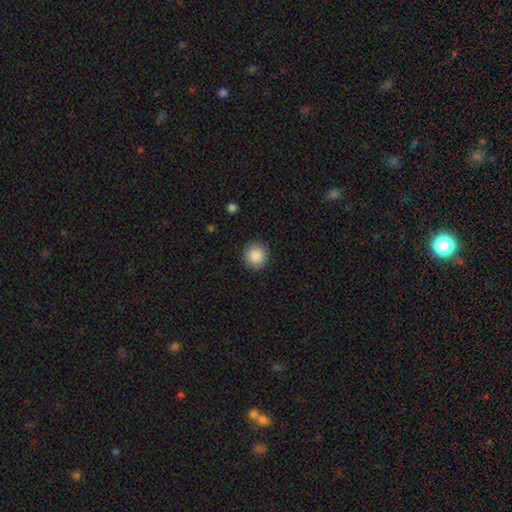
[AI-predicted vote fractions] Q: Smooth or featured?
A: smooth (88%); runner-up: star or artifact (8%)
Q: How rounded?
A: round (94%); runner-up: in between (5%)
Q: Merging?
A: none (90%); runner-up: minor disturbance (7%)